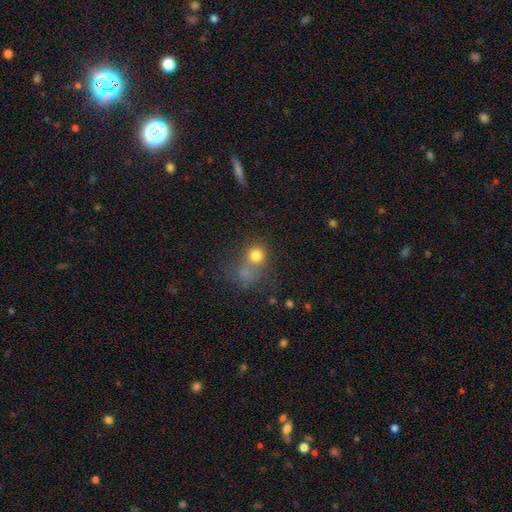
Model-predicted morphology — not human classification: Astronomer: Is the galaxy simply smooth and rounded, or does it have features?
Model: smooth — 76%.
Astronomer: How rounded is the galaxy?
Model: round — 79%.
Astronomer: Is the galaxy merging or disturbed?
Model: none — 43% (runner-up: merger, 33%).